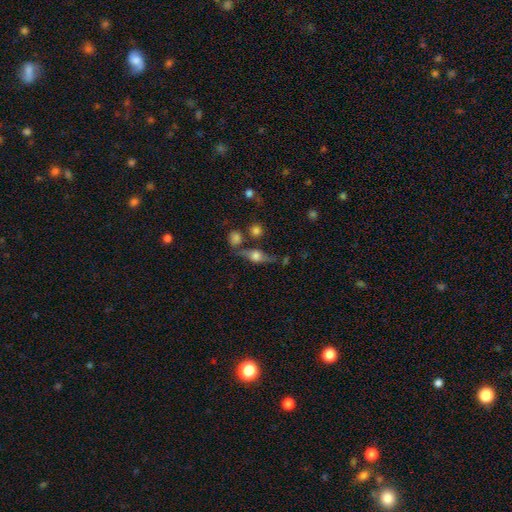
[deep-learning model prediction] Overall: featured or disk (58%; smooth 32%). Edge-on disk: yes (84%). Merging: none (69%).